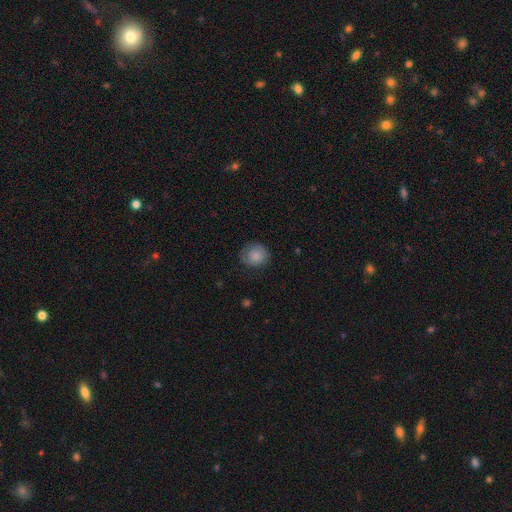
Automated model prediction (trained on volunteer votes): Smooth or featured? Predicted: smooth (p=0.84). How rounded? Predicted: round (p=0.81). Merging? Predicted: none (p=0.78).